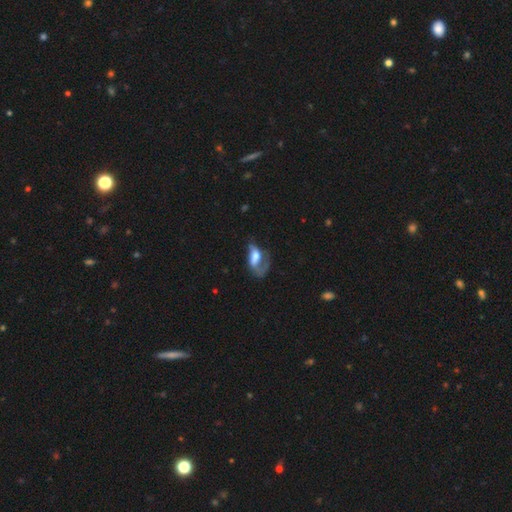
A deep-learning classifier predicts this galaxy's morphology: This appears to be a featured or disk galaxy (53%). Merging: major disturbance (54%).